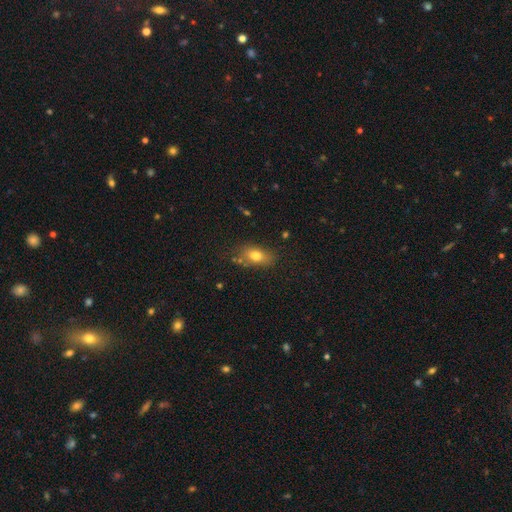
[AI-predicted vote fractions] smooth-or-featured: smooth: 78% | featured or disk: 12% | star or artifact: 10%
  how-rounded: in between: 83% | round: 12% | cigar-shaped: 5%
  merging: none: 71% | minor disturbance: 19% | major disturbance: 6% | merger: 4%